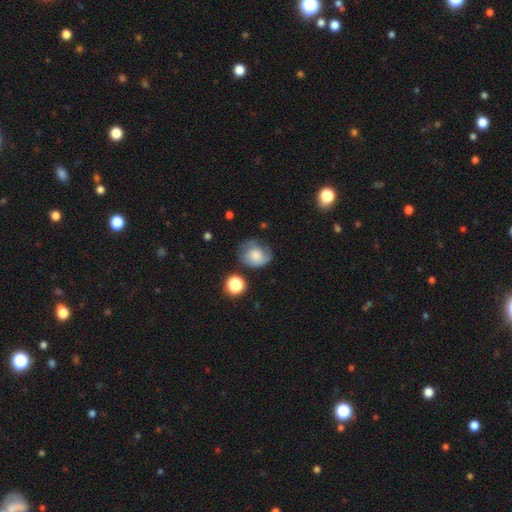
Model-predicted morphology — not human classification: smooth_or_featured: smooth (p=0.61) [alt: featured or disk p=0.29]
how_rounded: round (p=0.60) [alt: in between p=0.39]
merging: none (p=0.48) [alt: minor disturbance p=0.31]